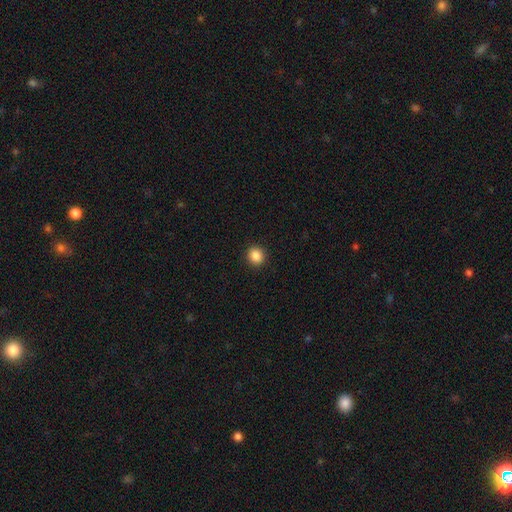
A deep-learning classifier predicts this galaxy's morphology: Smooth or featured? Predicted: smooth (p=0.87). How rounded? Predicted: round (p=0.81). Merging? Predicted: none (p=0.92).